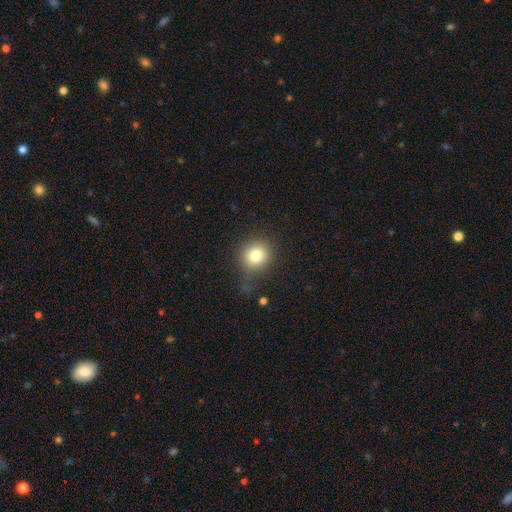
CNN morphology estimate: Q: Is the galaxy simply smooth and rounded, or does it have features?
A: smooth — 79%.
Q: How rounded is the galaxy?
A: round — 80%.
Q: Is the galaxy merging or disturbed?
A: none — 74%.